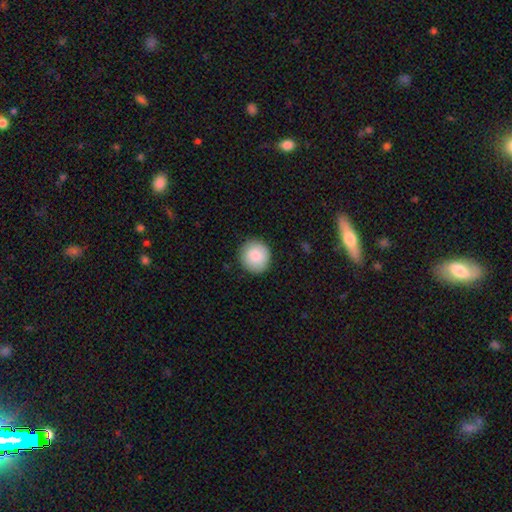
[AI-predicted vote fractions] smooth_or_featured: smooth (p=0.87) [alt: star or artifact p=0.07]
how_rounded: round (p=0.93) [alt: in between p=0.06]
merging: none (p=0.90) [alt: minor disturbance p=0.08]